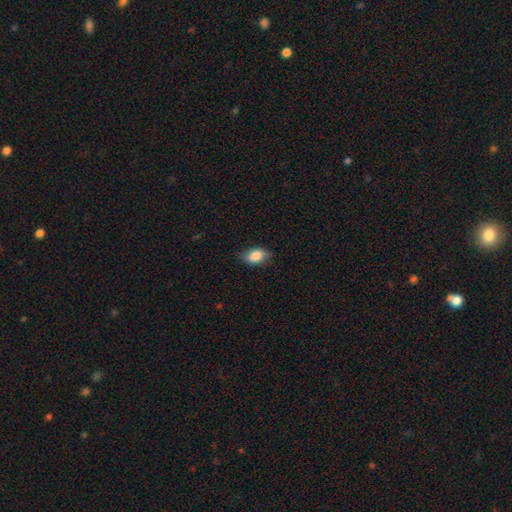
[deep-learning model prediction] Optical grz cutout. It shows a smooth galaxy with no disk features (82%) that is in between round and cigar-shaped (86%). Merging: none (79%).